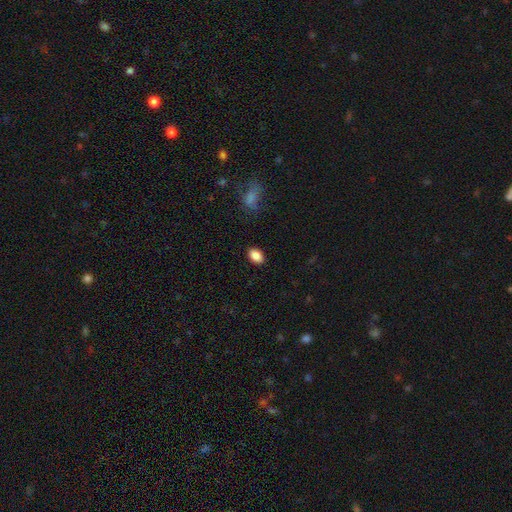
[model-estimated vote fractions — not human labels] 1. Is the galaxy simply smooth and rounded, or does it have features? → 87% smooth, 8% star or artifact, 4% featured or disk.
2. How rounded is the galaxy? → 86% in between, 13% round, 1% cigar-shaped.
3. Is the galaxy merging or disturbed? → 88% none, 9% minor disturbance, 2% major disturbance, 1% merger.